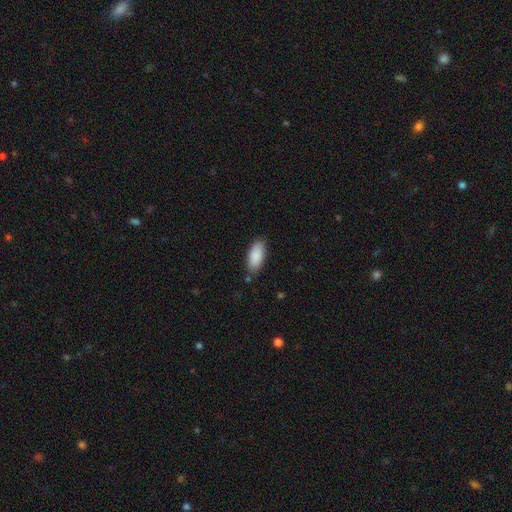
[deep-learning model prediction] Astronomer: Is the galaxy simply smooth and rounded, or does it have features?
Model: smooth — 89%.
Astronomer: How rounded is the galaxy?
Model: in between — 87%.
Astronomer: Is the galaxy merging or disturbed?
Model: none — 82%.